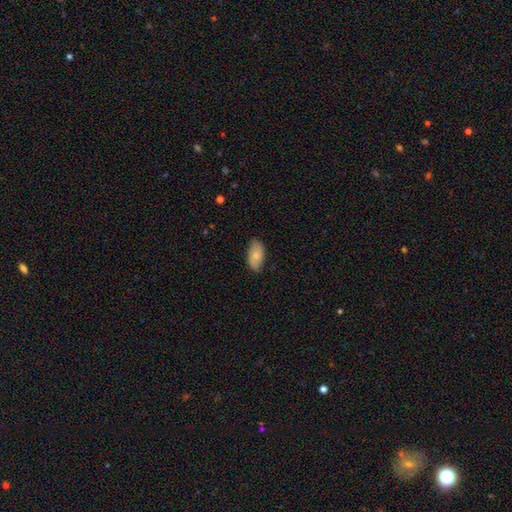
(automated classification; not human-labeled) smooth_or_featured: smooth (p=0.73) [alt: featured or disk p=0.21]
how_rounded: in between (p=0.94) [alt: cigar-shaped p=0.03]
merging: none (p=0.76) [alt: minor disturbance p=0.19]